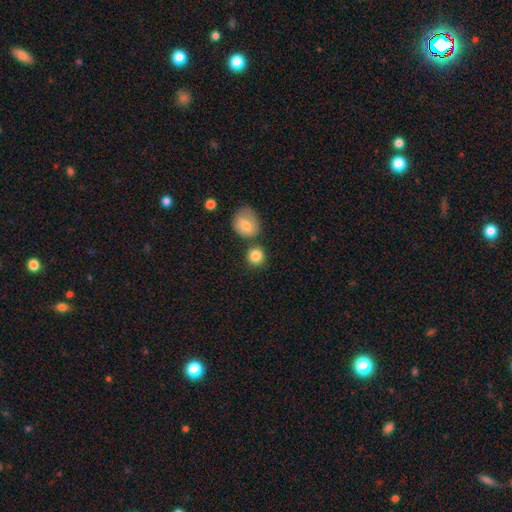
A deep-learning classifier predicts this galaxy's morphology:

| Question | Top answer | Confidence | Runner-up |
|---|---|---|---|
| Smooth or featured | smooth | 85% | star or artifact (9%) |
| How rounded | round | 88% | in between (11%) |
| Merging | none | 70% | merger (17%) |